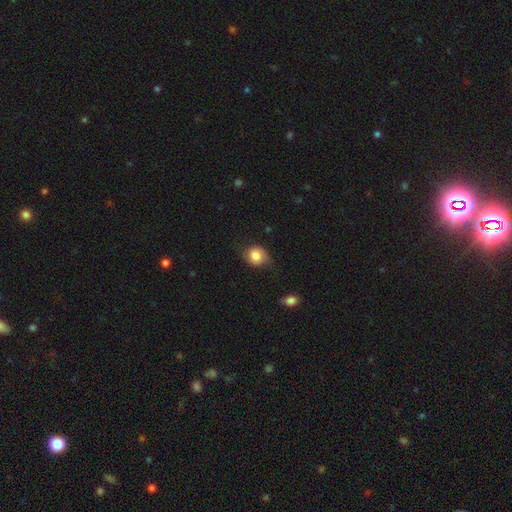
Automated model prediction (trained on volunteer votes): smooth 80%, featured or disk 11%, star or artifact 9%. Down the decision tree: how rounded — round (68%); merging — none (65%).